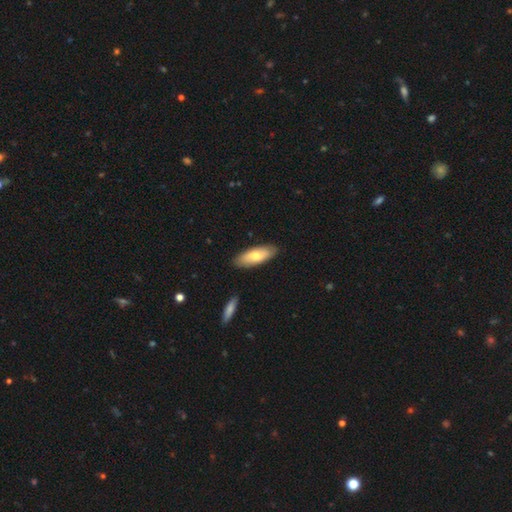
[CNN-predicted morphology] Smooth or featured? Predicted: smooth (p=0.66). How rounded? Predicted: in between (p=0.77). Merging? Predicted: none (p=0.87).